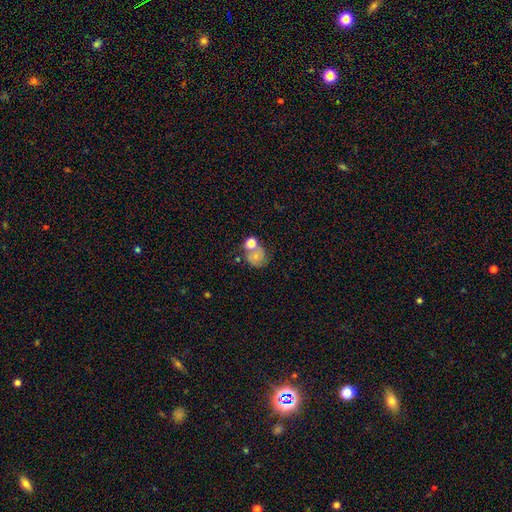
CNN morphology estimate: smooth_or_featured: smooth (p=0.60) [alt: featured or disk p=0.28]
how_rounded: round (p=0.73) [alt: in between p=0.26]
merging: none (p=0.38) [alt: merger p=0.36]